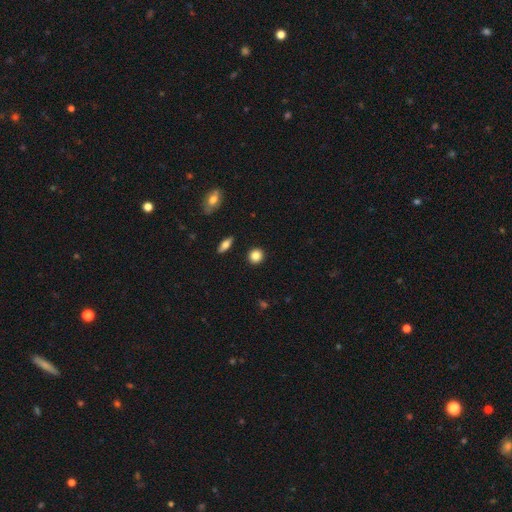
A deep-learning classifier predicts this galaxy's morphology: A smooth galaxy with no disk features (85%) that is round (89%).

Vote fractions:
- Smooth or featured? smooth: 85% / star or artifact: 9% / featured or disk: 5%
- How rounded? round: 89% / in between: 9% / cigar-shaped: 1%
- Merging? none: 91% / minor disturbance: 5% / major disturbance: 2% / merger: 2%